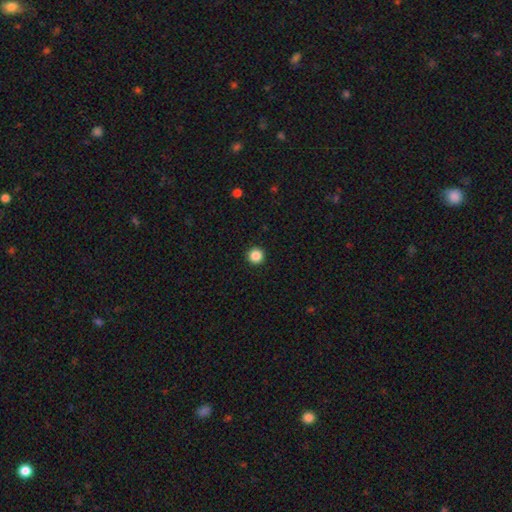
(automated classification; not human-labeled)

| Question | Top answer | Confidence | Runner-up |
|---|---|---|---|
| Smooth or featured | smooth | 86% | star or artifact (11%) |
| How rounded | round | 96% | in between (3%) |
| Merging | none | 94% | minor disturbance (4%) |